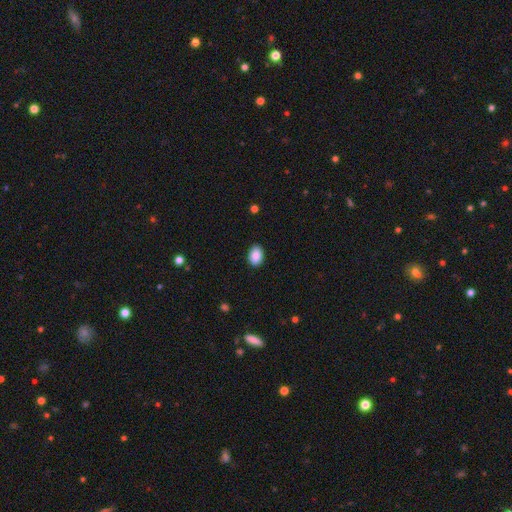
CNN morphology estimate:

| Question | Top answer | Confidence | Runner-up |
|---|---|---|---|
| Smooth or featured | smooth | 89% | star or artifact (7%) |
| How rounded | in between | 82% | round (17%) |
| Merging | none | 89% | minor disturbance (8%) |